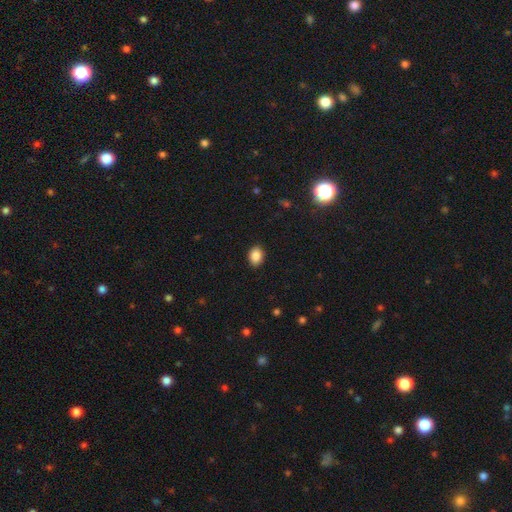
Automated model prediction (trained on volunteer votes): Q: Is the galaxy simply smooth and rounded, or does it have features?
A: smooth — 87%.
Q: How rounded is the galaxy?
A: in between — 67%.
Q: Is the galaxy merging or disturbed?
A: none — 90%.